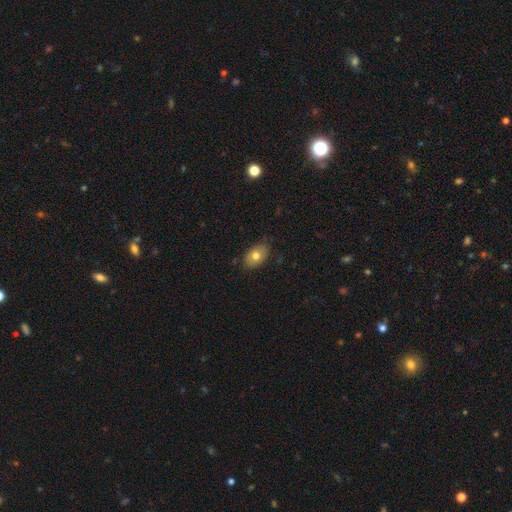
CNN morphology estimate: smooth_or_featured: smooth (p=0.74) [alt: featured or disk p=0.18]
how_rounded: in between (p=0.86) [alt: round p=0.13]
merging: none (p=0.79) [alt: minor disturbance p=0.17]